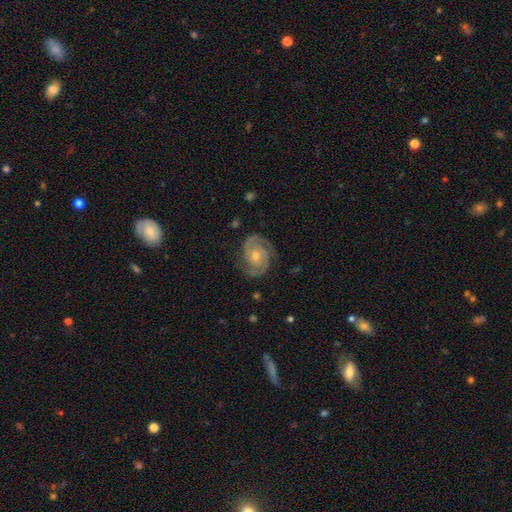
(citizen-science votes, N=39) Overall: featured or disk (90%). Edge-on disk: no (100%). Bar: no (63%; weak 31%). Spiral arms: yes (97%). Spiral arm count: 2 (100%). Spiral winding: tight (76%). Bulge size: moderate (71%). Merging: none (94%).